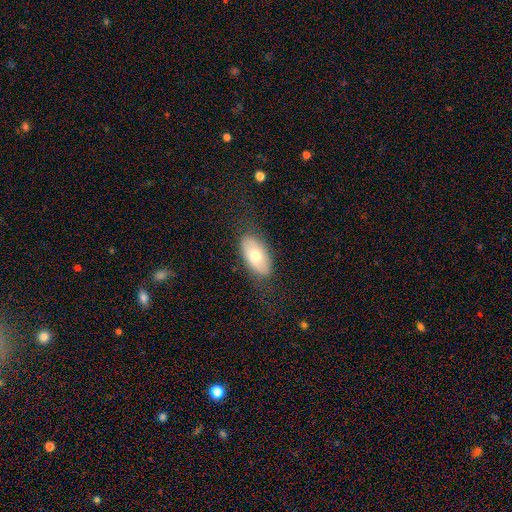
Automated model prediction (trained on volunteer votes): Smooth or featured? Predicted: smooth (p=0.65). How rounded? Predicted: in between (p=0.93). Merging? Predicted: none (p=0.78).